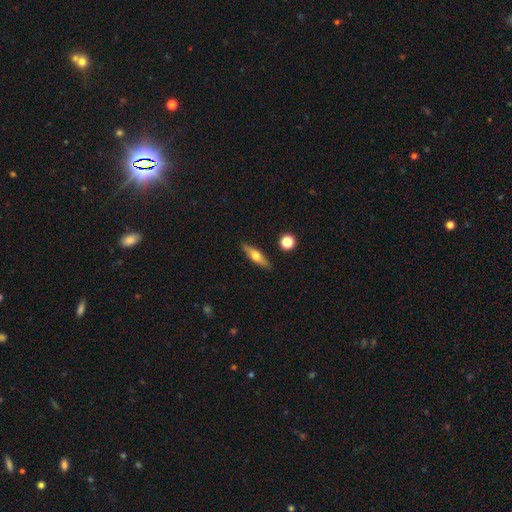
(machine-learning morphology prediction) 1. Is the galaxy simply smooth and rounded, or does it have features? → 47% featured or disk, 46% smooth, 7% star or artifact.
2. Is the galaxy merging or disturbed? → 88% none, 8% minor disturbance, 2% merger, 2% major disturbance.